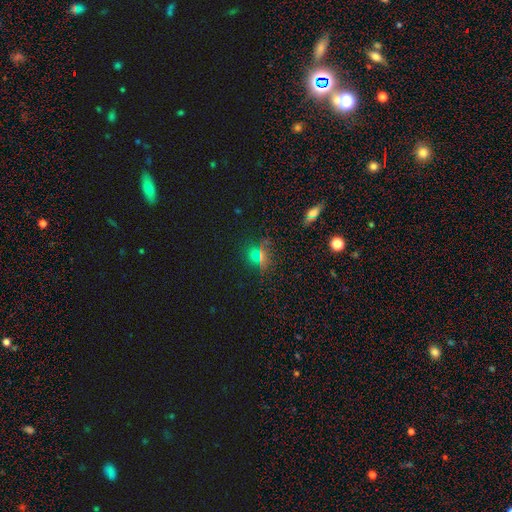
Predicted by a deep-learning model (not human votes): This appears to be a smooth galaxy with no disk features (49%). Merging: none (78%).